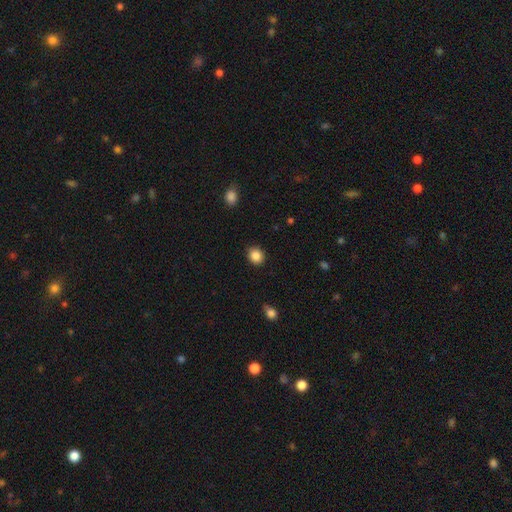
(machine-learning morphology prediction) This is clearly a smooth galaxy (87%). How rounded: likely round (70%). Merging: clearly none (89%).